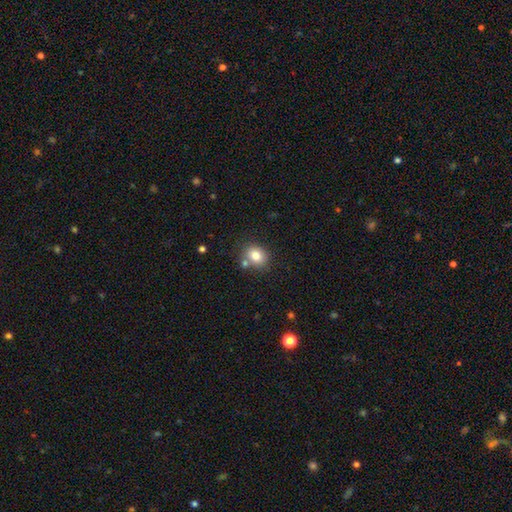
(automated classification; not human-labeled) Smooth or featured: smooth — 79% (star or artifact — 10%)
How rounded: round — 59% (in between — 40%)
Merging: none — 68% (merger — 16%)